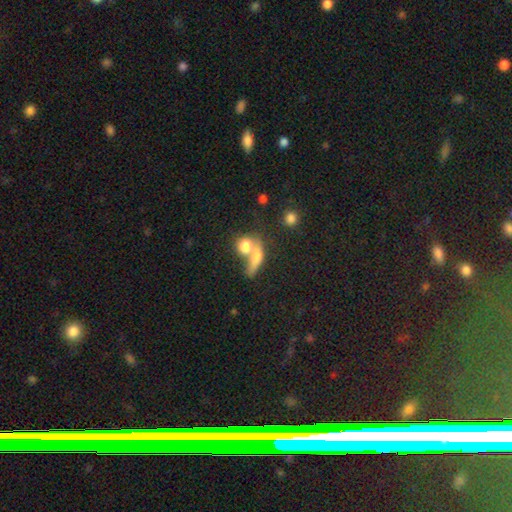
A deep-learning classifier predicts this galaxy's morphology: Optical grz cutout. It shows a smooth galaxy with no disk features (68%) that is in between round and cigar-shaped (42%). Merging: merger (50%).